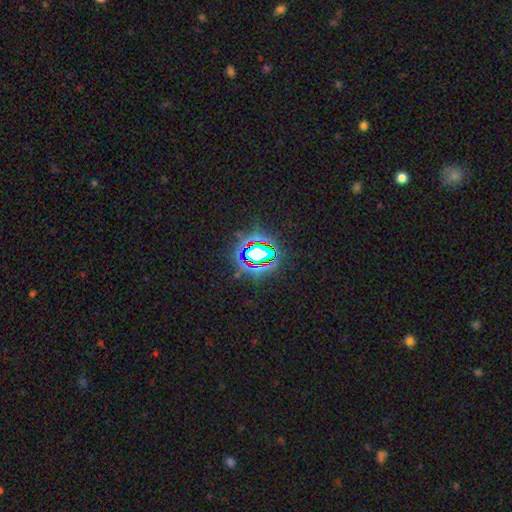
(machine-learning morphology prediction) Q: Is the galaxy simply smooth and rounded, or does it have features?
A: star or artifact — 75%.